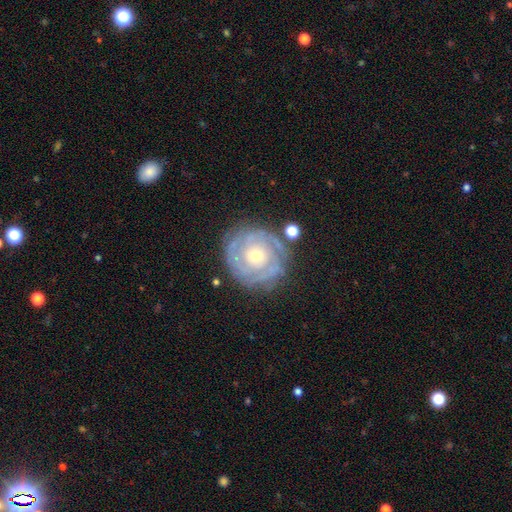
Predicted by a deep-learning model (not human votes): Q: Smooth or featured?
A: featured or disk (83%); runner-up: smooth (11%)
Q: Edge-on disk?
A: no (97%); runner-up: yes (3%)
Q: Bar?
A: no (81%); runner-up: weak (15%)
Q: Spiral arms?
A: yes (92%); runner-up: no (8%)
Q: Spiral winding?
A: tight (80%); runner-up: medium (16%)
Q: Spiral arm count?
A: can't tell (33%); runner-up: 2 (23%)
Q: Bulge size?
A: moderate (50%); runner-up: small (46%)
Q: Merging?
A: none (77%); runner-up: minor disturbance (14%)